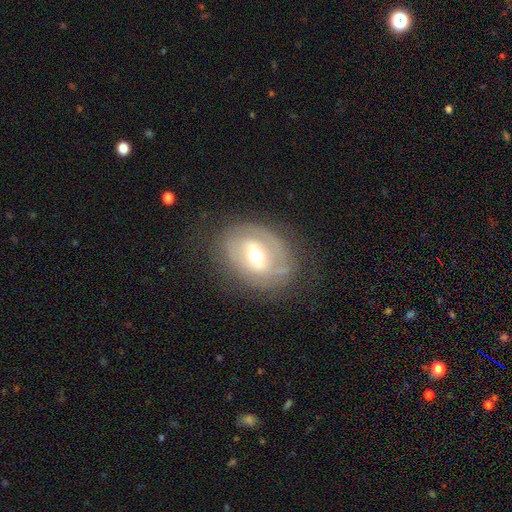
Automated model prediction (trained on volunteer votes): Smooth or featured? featured or disk (71%)
Edge-on disk? no (94%)
Bar? weak (44%)
Spiral arms? yes (68%)
Bulge size? moderate (70%)
Merging? none (68%)